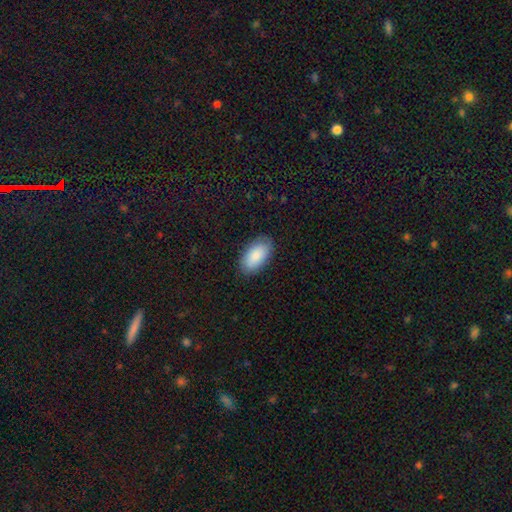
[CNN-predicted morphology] Q: Smooth or featured?
A: smooth (88%); runner-up: featured or disk (6%)
Q: How rounded?
A: in between (95%); runner-up: round (3%)
Q: Merging?
A: none (85%); runner-up: minor disturbance (11%)